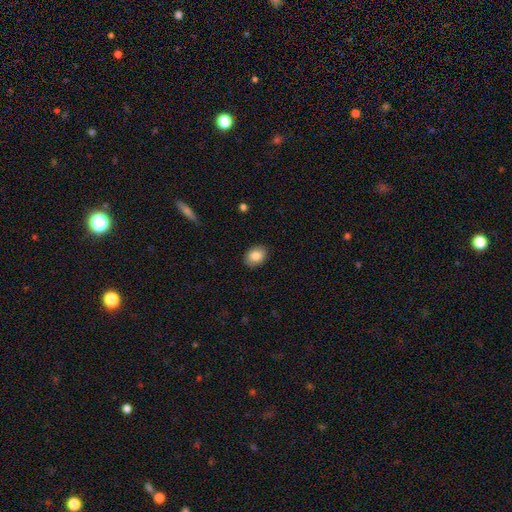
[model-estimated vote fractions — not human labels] smooth_or_featured: smooth (p=0.85) [alt: star or artifact p=0.07]
how_rounded: in between (p=0.73) [alt: round p=0.26]
merging: none (p=0.89) [alt: minor disturbance p=0.08]